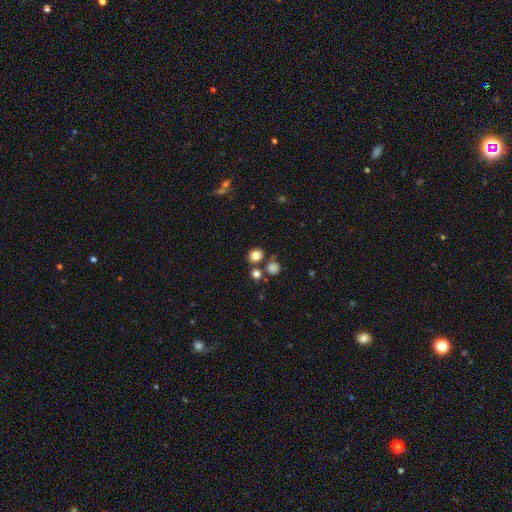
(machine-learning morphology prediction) type=smooth (82%); roundness=round (74%); merging=none (71%).